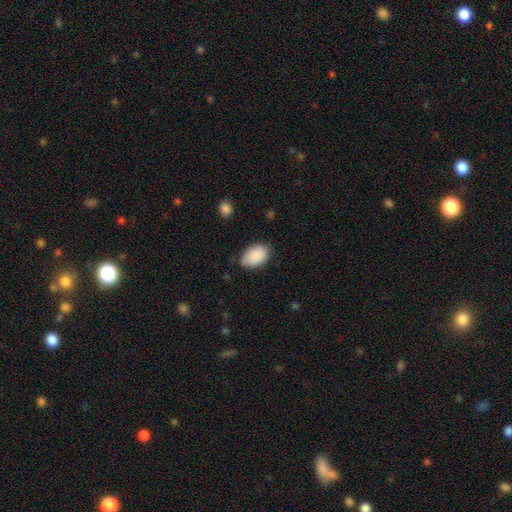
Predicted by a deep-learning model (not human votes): Overall: smooth (89%). How rounded: in between (91%). Merging: none (71%).